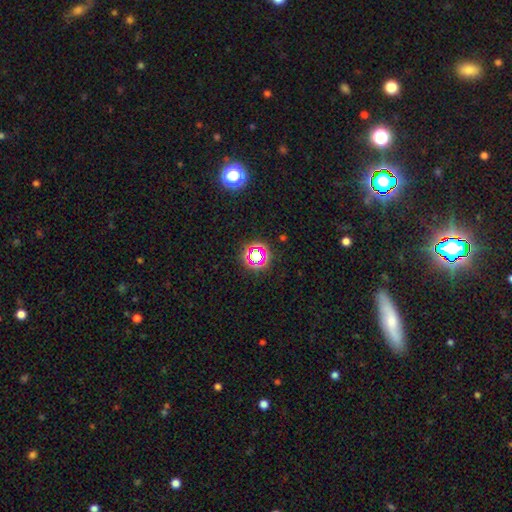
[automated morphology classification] A star or artifact, not a galaxy (64%).

Vote fractions:
- Smooth or featured? star or artifact: 64% / smooth: 25% / featured or disk: 12%